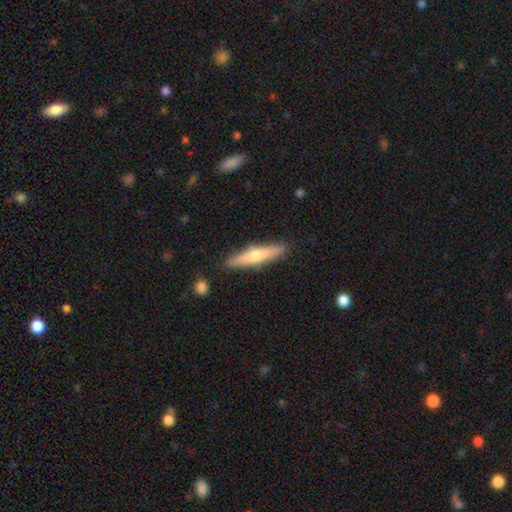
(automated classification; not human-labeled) A featured or disk galaxy (48%). Merging: none (90%).